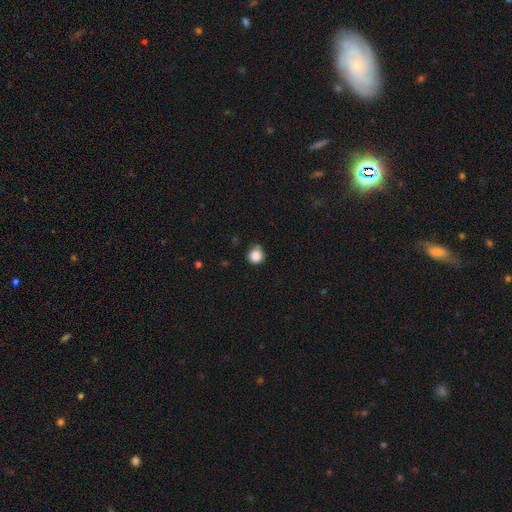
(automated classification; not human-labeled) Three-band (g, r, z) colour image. It shows a smooth galaxy with no disk features (87%) that is round (93%). Merging: none (73%).